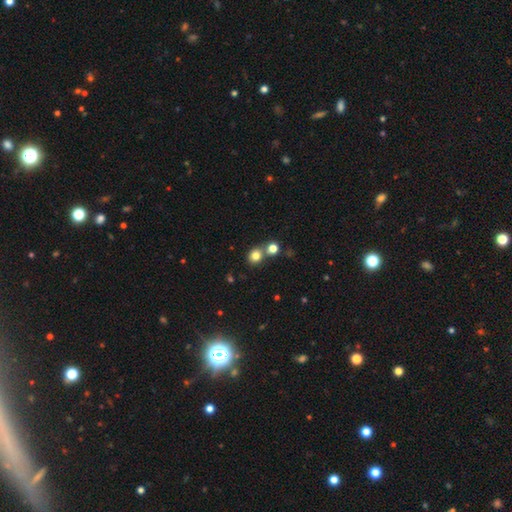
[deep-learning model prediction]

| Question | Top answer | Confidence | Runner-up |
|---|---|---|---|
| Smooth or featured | smooth | 79% | star or artifact (14%) |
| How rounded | round | 82% | in between (17%) |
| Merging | none | 59% | merger (30%) |